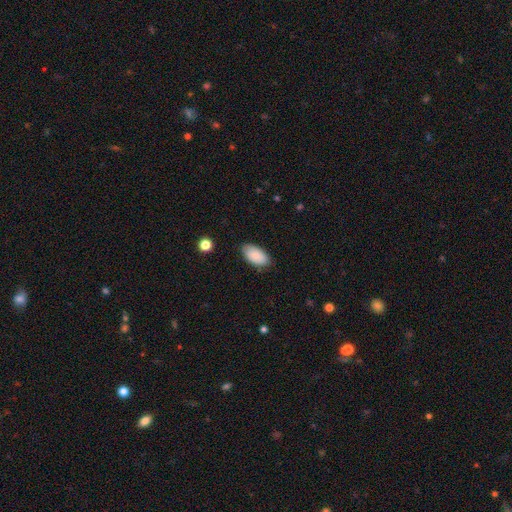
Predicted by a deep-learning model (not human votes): Smooth or featured?
  - smooth: 88% *
  - star or artifact: 6%
  - featured or disk: 6%
How rounded?
  - in between: 95% *
  - round: 3%
  - cigar-shaped: 2%
Merging?
  - none: 83% *
  - minor disturbance: 14%
  - major disturbance: 2%
  - merger: 1%